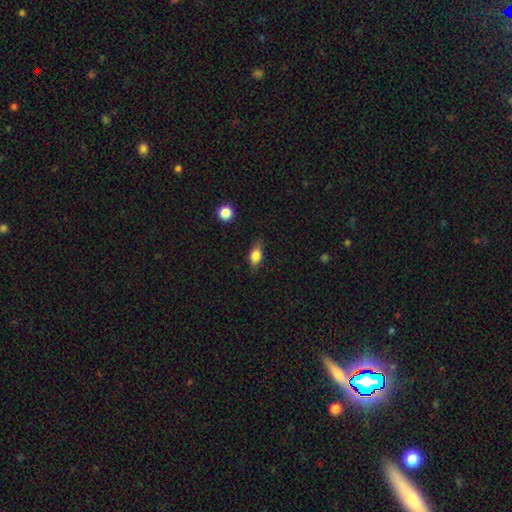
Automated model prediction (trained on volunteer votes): Smooth or featured? smooth (82%)
How rounded? in between (79%)
Merging? none (74%)